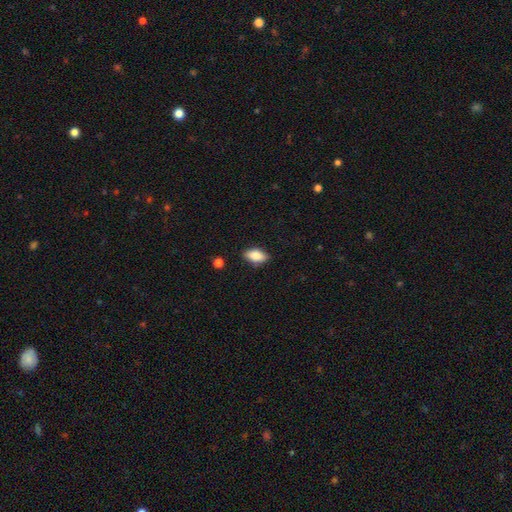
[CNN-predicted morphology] Smooth or featured? Predicted: smooth (p=0.80). How rounded? Predicted: in between (p=0.89). Merging? Predicted: none (p=0.86).